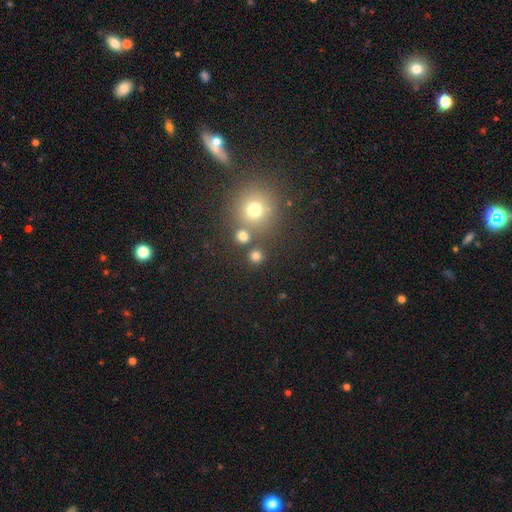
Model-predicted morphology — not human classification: Smooth or featured? smooth (75%)
How rounded? round (91%)
Merging? none (77%)